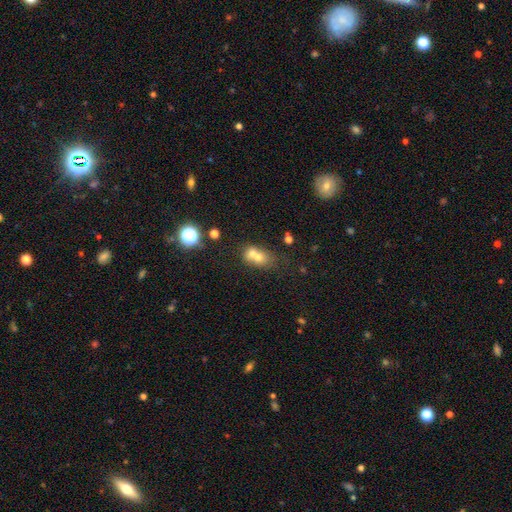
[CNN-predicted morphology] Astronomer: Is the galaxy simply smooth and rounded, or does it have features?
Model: smooth — 64%.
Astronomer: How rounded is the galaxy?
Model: in between — 50% (runner-up: round, 48%).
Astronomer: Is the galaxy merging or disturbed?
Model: merger — 66%.